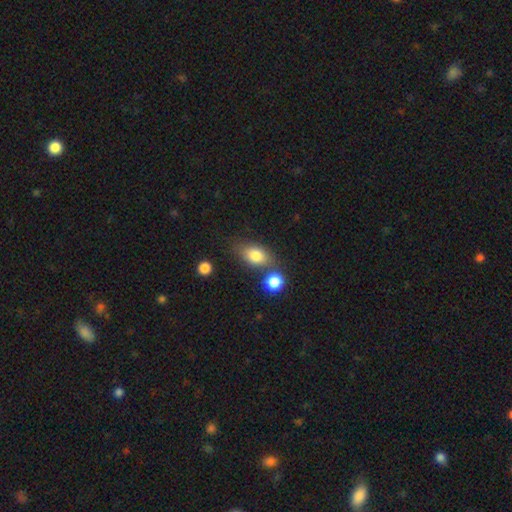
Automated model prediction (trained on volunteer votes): Smooth or featured: smooth — 80% (featured or disk — 11%)
How rounded: in between — 81% (round — 16%)
Merging: none — 60% (merger — 20%)